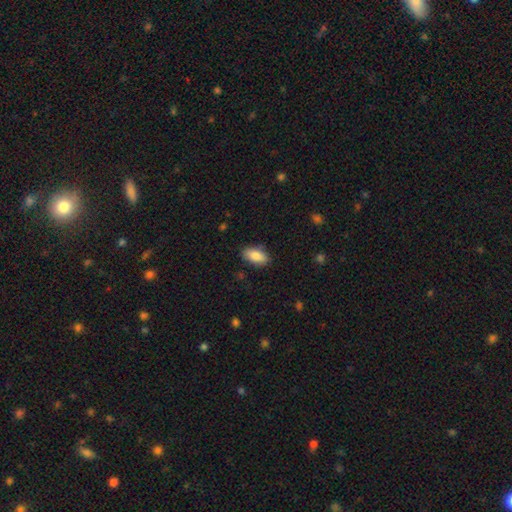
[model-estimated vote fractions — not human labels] smooth_or_featured: smooth (p=0.85) [alt: featured or disk p=0.08]
how_rounded: in between (p=0.90) [alt: cigar-shaped p=0.07]
merging: none (p=0.85) [alt: minor disturbance p=0.11]